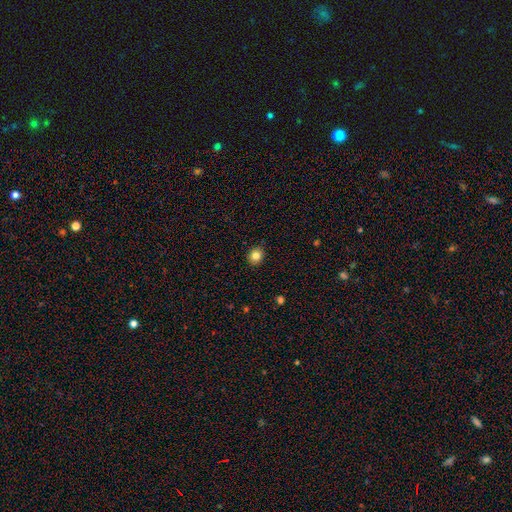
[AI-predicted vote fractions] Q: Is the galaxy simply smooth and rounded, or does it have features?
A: smooth — 83%.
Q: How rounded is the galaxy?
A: round — 75%.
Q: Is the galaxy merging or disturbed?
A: none — 90%.